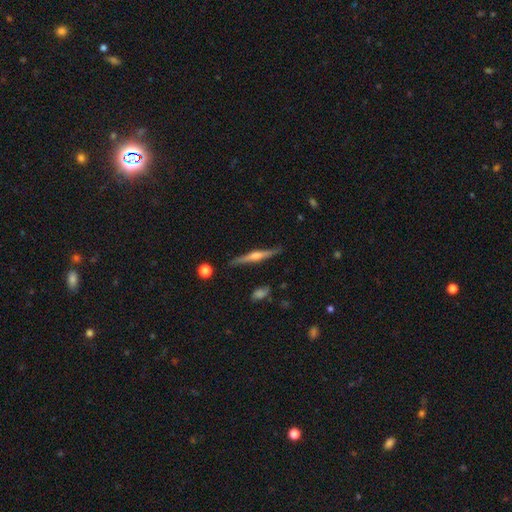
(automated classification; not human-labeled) Morphology: type=featured or disk (72%); edge-on=yes (97%); edge-on bulge=rounded (81%); merging=none (87%).